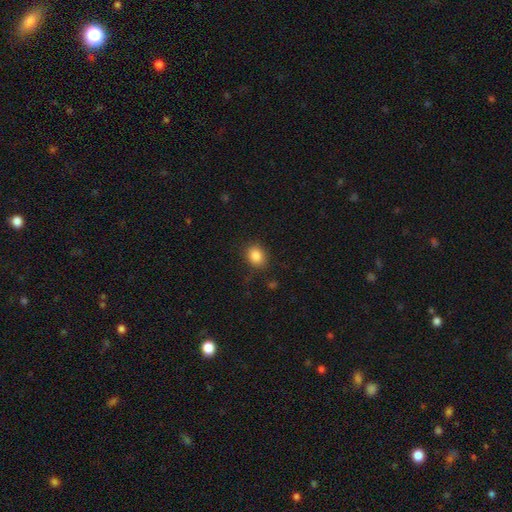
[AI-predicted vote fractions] smooth 86%, star or artifact 9%, featured or disk 4%. Down the decision tree: how rounded — in between (51%); merging — none (83%).